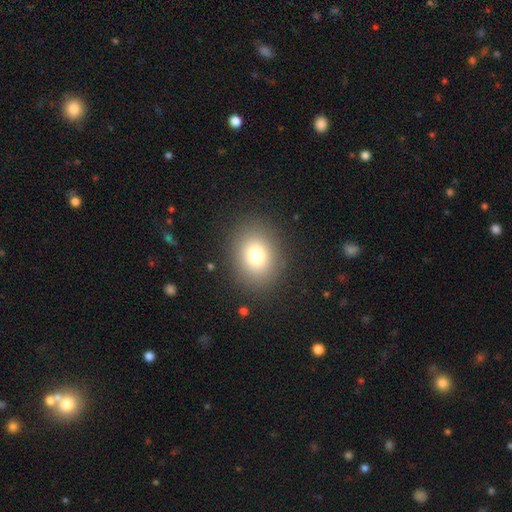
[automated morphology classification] smooth-or-featured: smooth: 80% | star or artifact: 11% | featured or disk: 9%
  how-rounded: in between: 58% | round: 41% | cigar-shaped: 1%
  merging: none: 88% | minor disturbance: 8% | major disturbance: 3% | merger: 1%